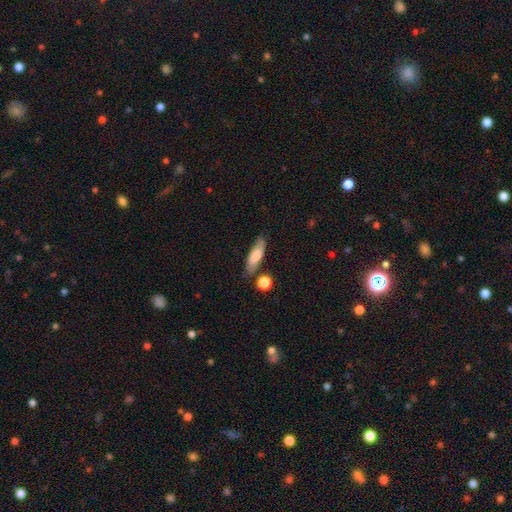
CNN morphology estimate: Q: Smooth or featured?
A: smooth (75%); runner-up: featured or disk (18%)
Q: How rounded?
A: in between (51%); runner-up: cigar-shaped (46%)
Q: Merging?
A: none (71%); runner-up: minor disturbance (17%)